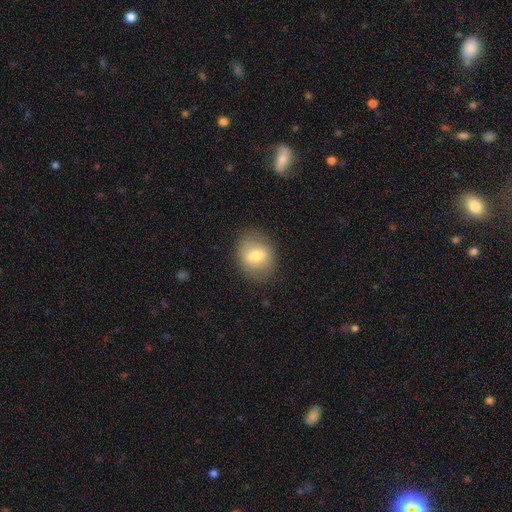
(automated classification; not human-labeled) Smooth or featured: smooth — 67% (featured or disk — 24%)
How rounded: round — 56% (in between — 43%)
Merging: none — 83% (minor disturbance — 12%)